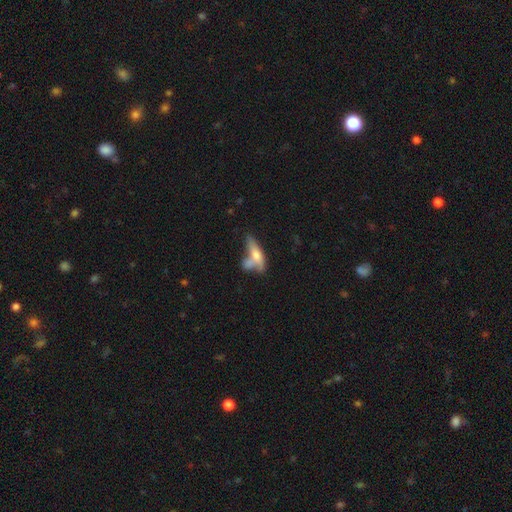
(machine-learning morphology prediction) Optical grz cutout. It shows a smooth galaxy with no disk features (56%) that is cigar-shaped (50%). Merging: merger (42%).